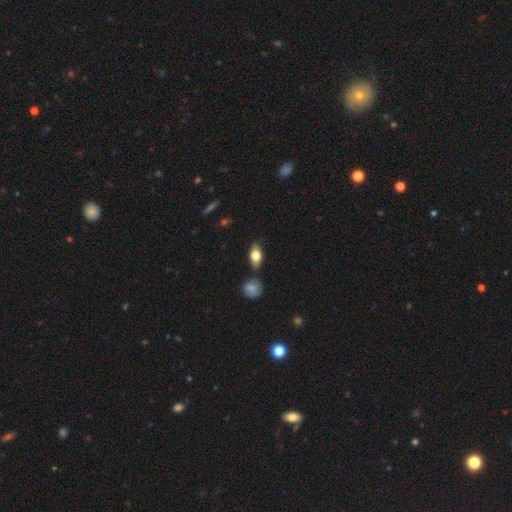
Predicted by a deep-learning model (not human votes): Smooth or featured: smooth — 72% (featured or disk — 21%)
How rounded: in between — 83% (cigar-shaped — 9%)
Merging: none — 77% (minor disturbance — 15%)